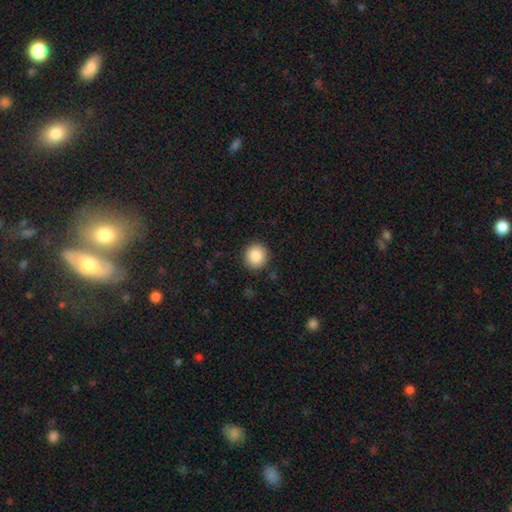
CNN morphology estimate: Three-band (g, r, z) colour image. It shows a smooth galaxy with no disk features (87%) that is round (89%). Merging: none (90%).